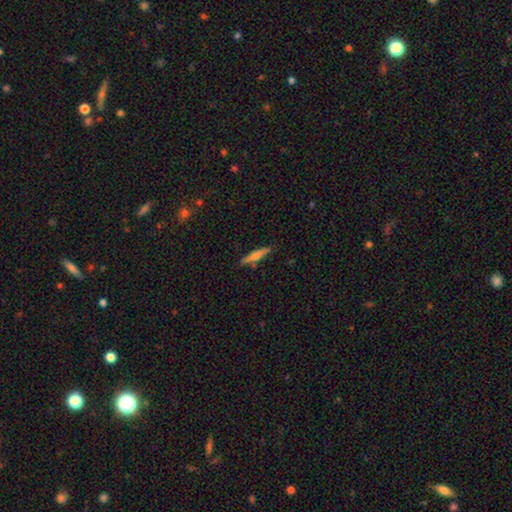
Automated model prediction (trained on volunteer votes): Smooth or featured: featured or disk — 52% (smooth — 41%)
Edge-on disk: yes — 96% (no — 4%)
Merging: none — 88% (minor disturbance — 8%)